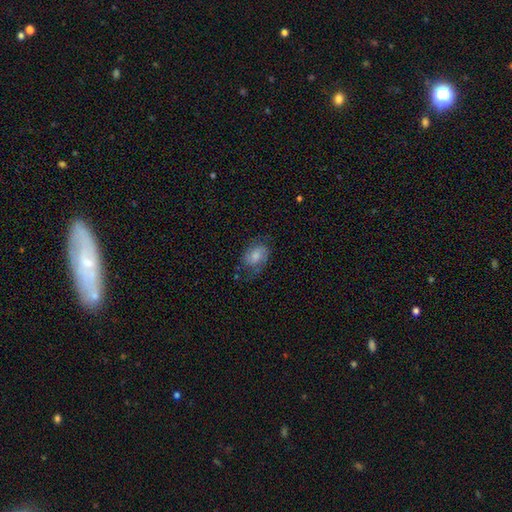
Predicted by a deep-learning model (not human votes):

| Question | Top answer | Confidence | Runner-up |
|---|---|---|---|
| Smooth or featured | featured or disk | 47% | smooth (44%) |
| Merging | none | 57% | minor disturbance (26%) |